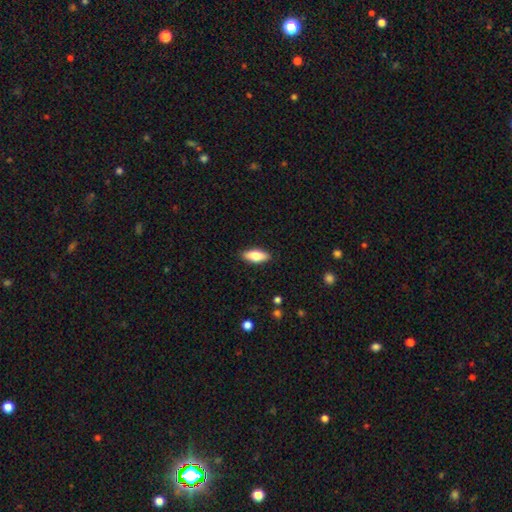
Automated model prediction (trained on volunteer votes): smooth_or_featured: smooth (p=0.76) [alt: featured or disk p=0.18]
how_rounded: in between (p=0.75) [alt: cigar-shaped p=0.22]
merging: none (p=0.89) [alt: minor disturbance p=0.08]